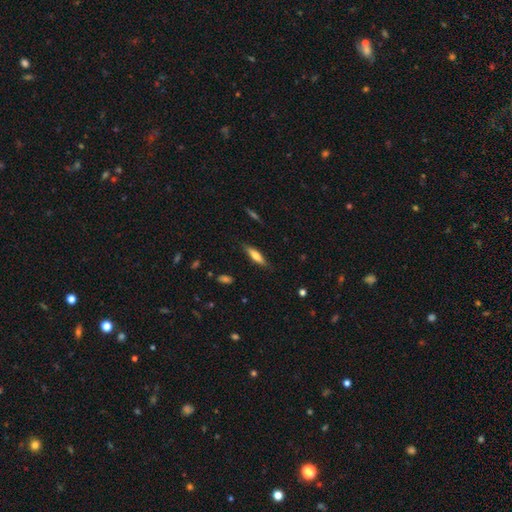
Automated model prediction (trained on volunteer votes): Smooth or featured? Predicted: smooth (p=0.64). How rounded? Predicted: cigar-shaped (p=0.68). Merging? Predicted: none (p=0.83).